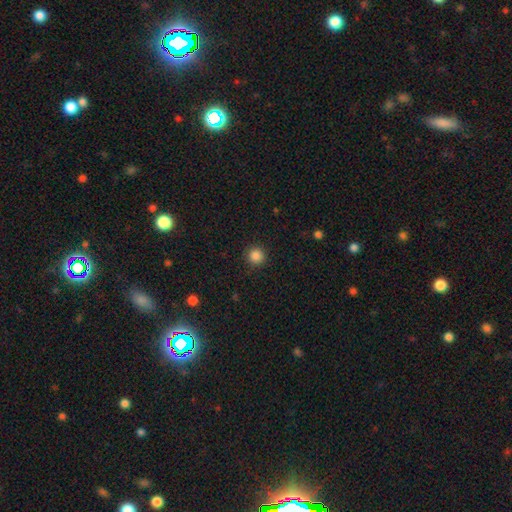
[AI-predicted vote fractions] smooth-or-featured: smooth: 86% | star or artifact: 11% | featured or disk: 3%
  how-rounded: round: 95% | in between: 4% | cigar-shaped: 1%
  merging: none: 92% | minor disturbance: 5% | major disturbance: 2% | merger: 1%